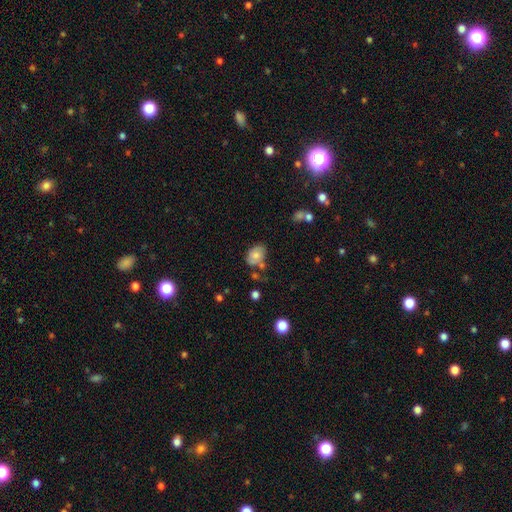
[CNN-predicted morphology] Smooth or featured? Predicted: smooth (p=0.73). How rounded? Predicted: in between (p=0.76). Merging? Predicted: none (p=0.57).